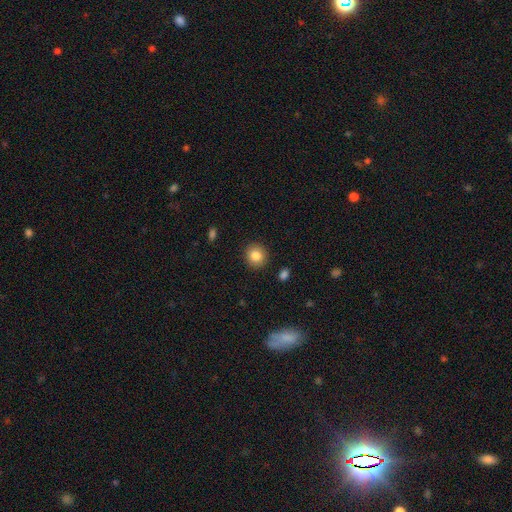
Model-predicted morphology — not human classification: smooth-or-featured: smooth: 84% | star or artifact: 10% | featured or disk: 7%
  how-rounded: round: 89% | in between: 10% | cigar-shaped: 1%
  merging: none: 91% | minor disturbance: 6% | major disturbance: 2% | merger: 1%